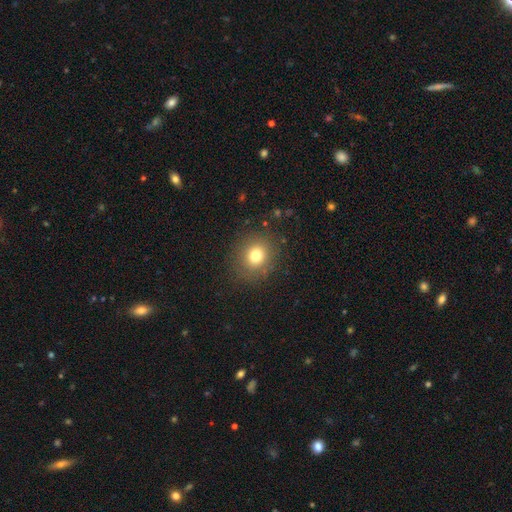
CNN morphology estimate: A smooth galaxy with no disk features (76%) that is round (81%).

Vote fractions:
- Smooth or featured? smooth: 76% / star or artifact: 14% / featured or disk: 10%
- How rounded? round: 81% / in between: 18% / cigar-shaped: 1%
- Merging? none: 86% / minor disturbance: 9% / major disturbance: 4% / merger: 1%